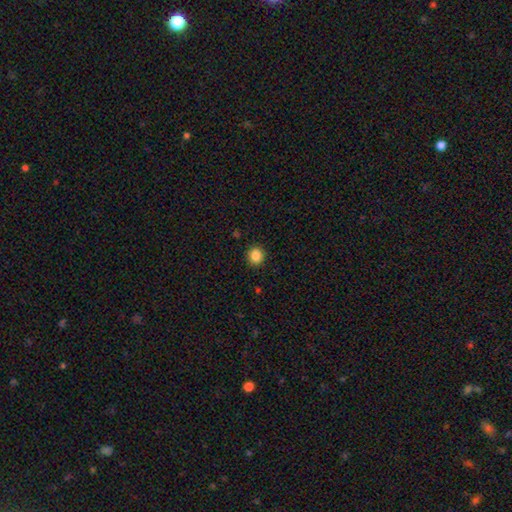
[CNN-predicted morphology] This is clearly a smooth galaxy (86%). How rounded: clearly round (91%). Merging: clearly none (92%).